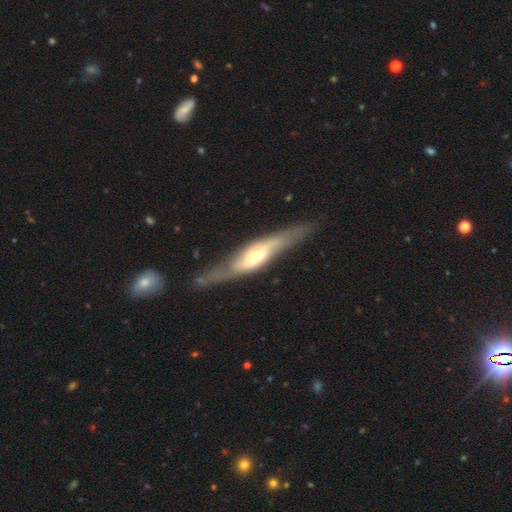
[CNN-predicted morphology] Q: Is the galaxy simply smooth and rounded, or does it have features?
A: featured or disk — 72%.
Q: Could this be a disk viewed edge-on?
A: yes — 59%.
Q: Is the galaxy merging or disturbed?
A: none — 72%.